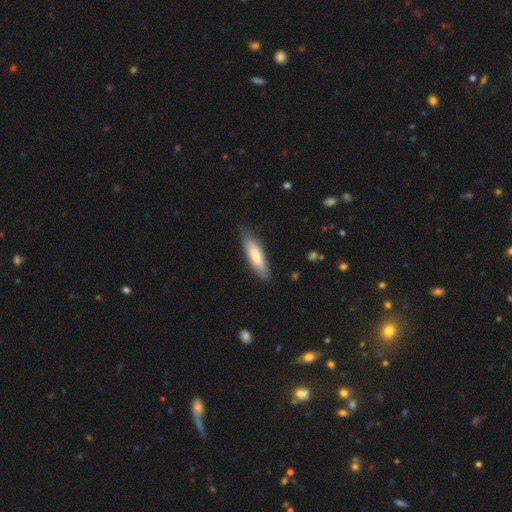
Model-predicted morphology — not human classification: Smooth or featured? Predicted: smooth (p=0.74). How rounded? Predicted: cigar-shaped (p=0.57). Merging? Predicted: none (p=0.82).